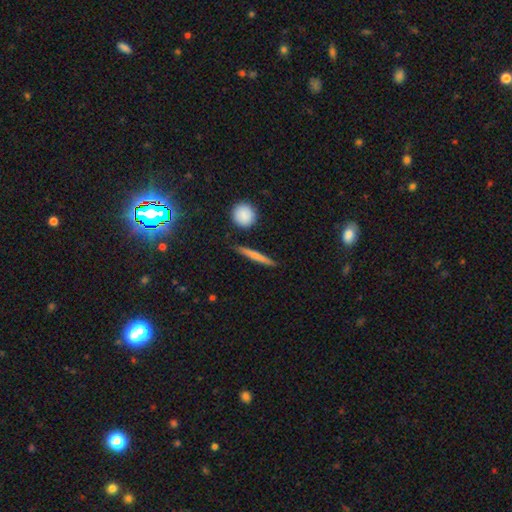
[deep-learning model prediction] smooth-or-featured: smooth: 61% | featured or disk: 31% | star or artifact: 8%
  how-rounded: cigar-shaped: 90% | in between: 5% | round: 4%
  merging: none: 87% | minor disturbance: 9% | merger: 2% | major disturbance: 2%